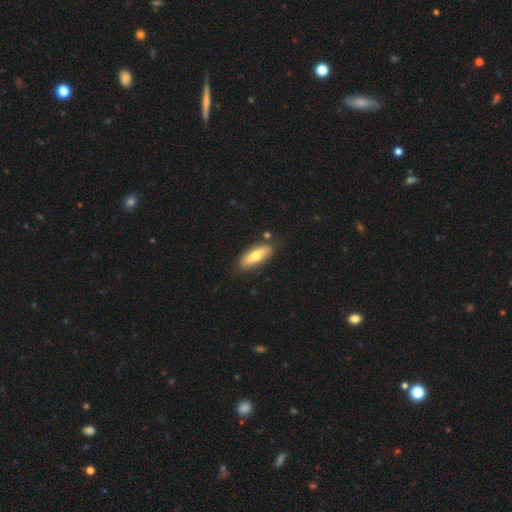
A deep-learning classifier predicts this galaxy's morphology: smooth 60%, featured or disk 35%, star or artifact 6%. Down the decision tree: how rounded — in between (69%); merging — none (79%).